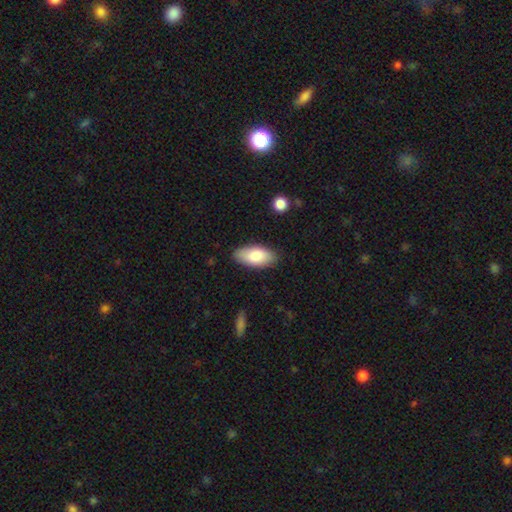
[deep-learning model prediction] smooth 81%, featured or disk 13%, star or artifact 6%. Down the decision tree: how rounded — in between (91%); merging — none (85%).